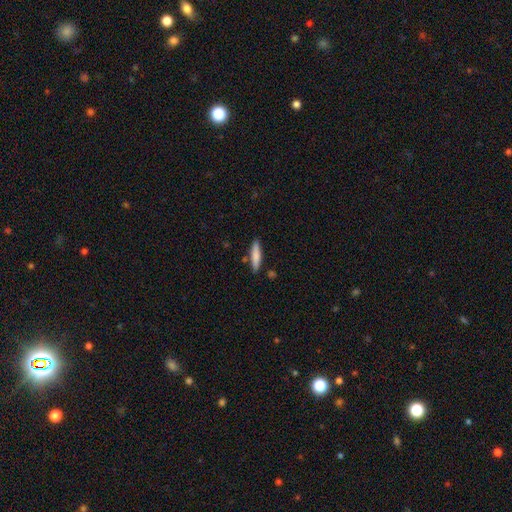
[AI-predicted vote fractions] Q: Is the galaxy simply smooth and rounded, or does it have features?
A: smooth — 79%.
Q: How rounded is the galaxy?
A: cigar-shaped — 83%.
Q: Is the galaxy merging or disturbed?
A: none — 84%.